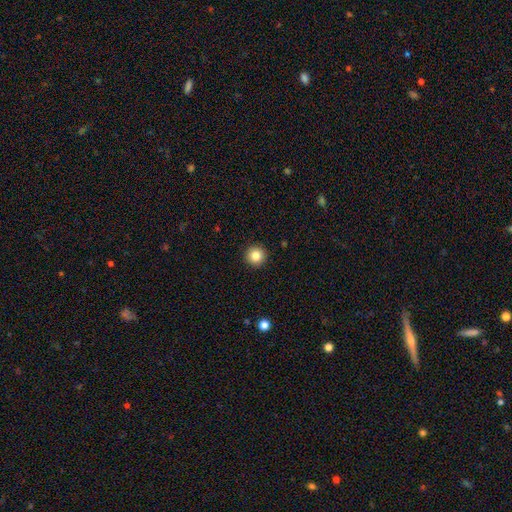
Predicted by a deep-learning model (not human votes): A smooth galaxy with no disk features (84%) that is round (96%). Merging: none (93%).